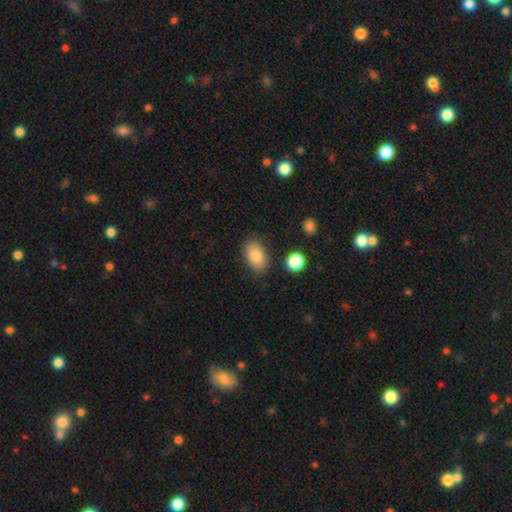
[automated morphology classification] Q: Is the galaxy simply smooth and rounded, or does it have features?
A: smooth — 82%.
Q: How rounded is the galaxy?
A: in between — 89%.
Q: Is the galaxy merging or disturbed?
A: none — 83%.